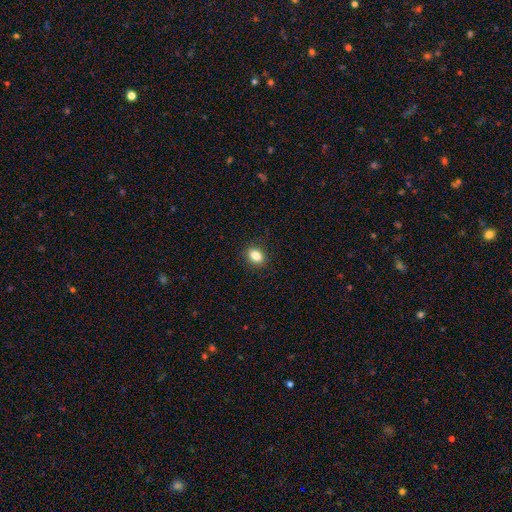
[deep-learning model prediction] Q: Smooth or featured?
A: smooth (85%); runner-up: star or artifact (10%)
Q: How rounded?
A: in between (69%); runner-up: round (30%)
Q: Merging?
A: none (89%); runner-up: minor disturbance (8%)